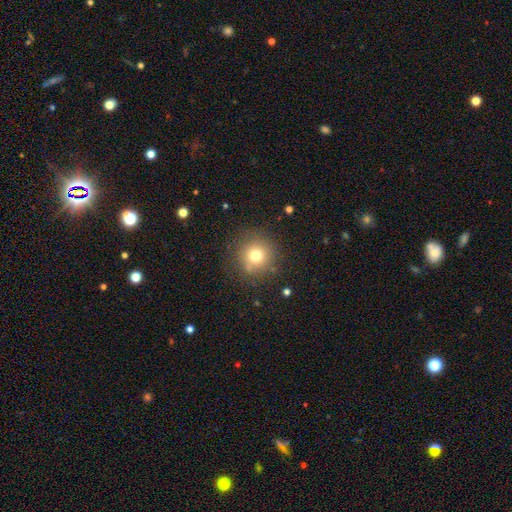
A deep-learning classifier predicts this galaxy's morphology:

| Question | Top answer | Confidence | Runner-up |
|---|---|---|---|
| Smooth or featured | smooth | 73% | star or artifact (16%) |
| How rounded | round | 94% | in between (5%) |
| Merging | none | 83% | minor disturbance (11%) |